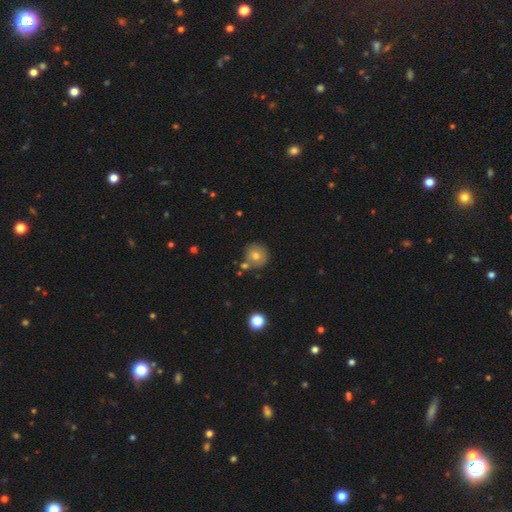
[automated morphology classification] Overall: smooth (73%). How rounded: round (92%). Merging: none (74%).